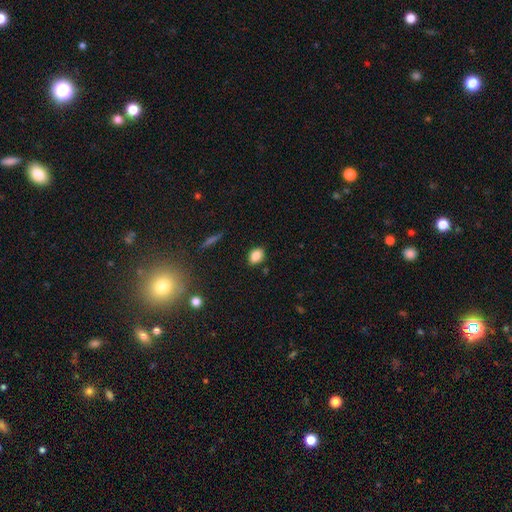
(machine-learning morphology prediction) The model was most divided on "how rounded": in between: 75%, round: 23%, cigar-shaped: 2%. More confident: merging — none (85%); smooth or featured — smooth (83%).